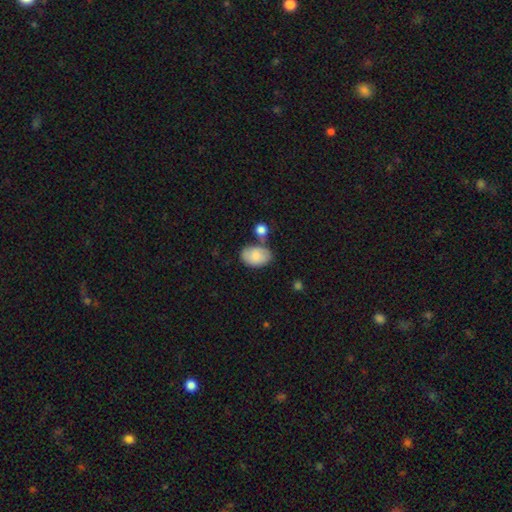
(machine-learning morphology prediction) smooth-or-featured: smooth: 78% | featured or disk: 15% | star or artifact: 7%
  how-rounded: in between: 86% | round: 13% | cigar-shaped: 1%
  merging: none: 50% | minor disturbance: 23% | merger: 20% | major disturbance: 7%